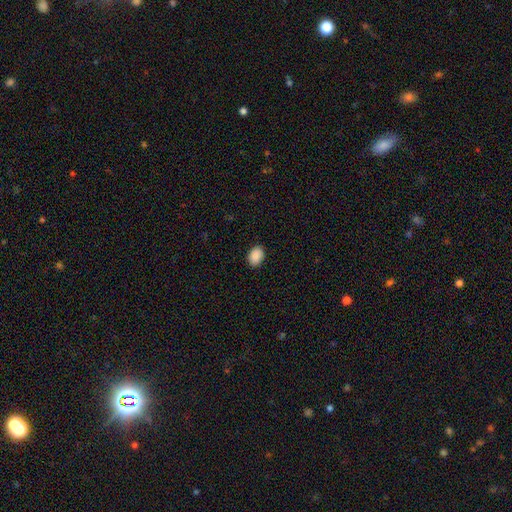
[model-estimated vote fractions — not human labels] smooth-or-featured: smooth: 90% | star or artifact: 8% | featured or disk: 2%
  how-rounded: in between: 75% | round: 24% | cigar-shaped: 1%
  merging: none: 89% | minor disturbance: 8% | major disturbance: 2% | merger: 1%